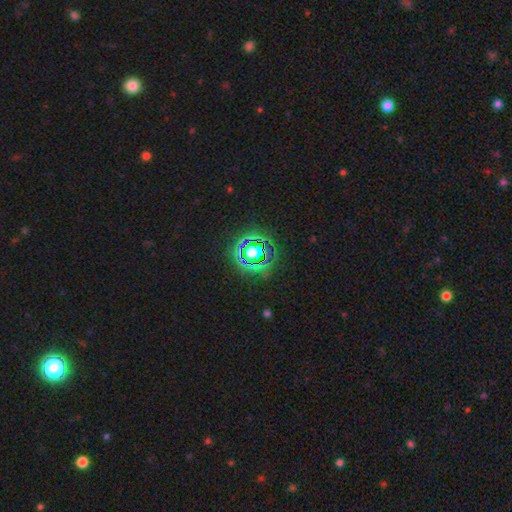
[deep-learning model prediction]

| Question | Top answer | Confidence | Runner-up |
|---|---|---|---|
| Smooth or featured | star or artifact | 78% | smooth (14%) |